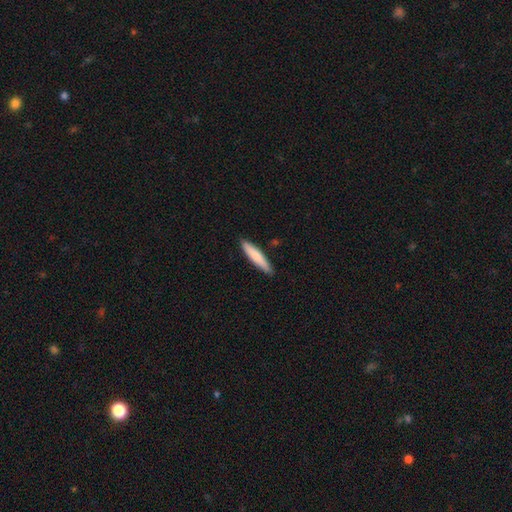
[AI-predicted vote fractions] smooth 78%, featured or disk 17%, star or artifact 5%. Down the decision tree: how rounded — cigar-shaped (87%); merging — none (88%).